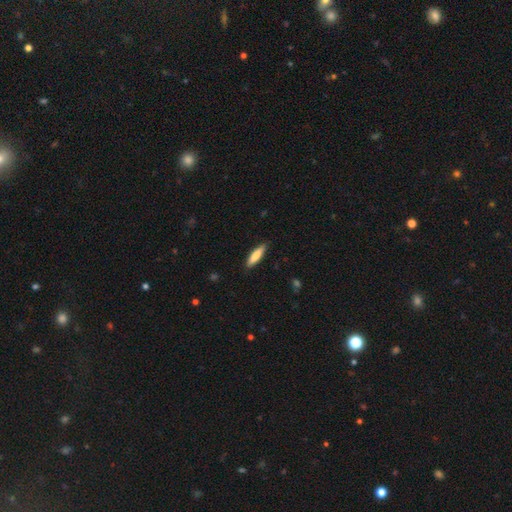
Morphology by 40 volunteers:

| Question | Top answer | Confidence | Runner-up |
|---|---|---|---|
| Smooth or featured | smooth | 80% | featured or disk (12%) |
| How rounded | cigar-shaped | 62% | in between (38%) |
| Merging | none | 89% | minor disturbance (8%) |